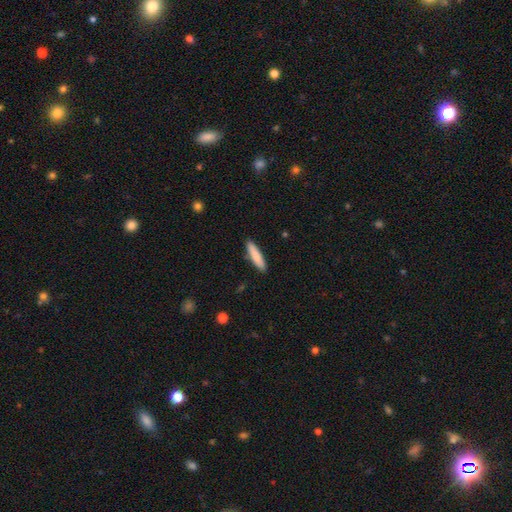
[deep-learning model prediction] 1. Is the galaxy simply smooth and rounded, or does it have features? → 84% smooth, 11% featured or disk, 5% star or artifact.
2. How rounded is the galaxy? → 79% cigar-shaped, 20% in between, 1% round.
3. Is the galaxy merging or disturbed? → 89% none, 8% minor disturbance, 2% major disturbance, 1% merger.